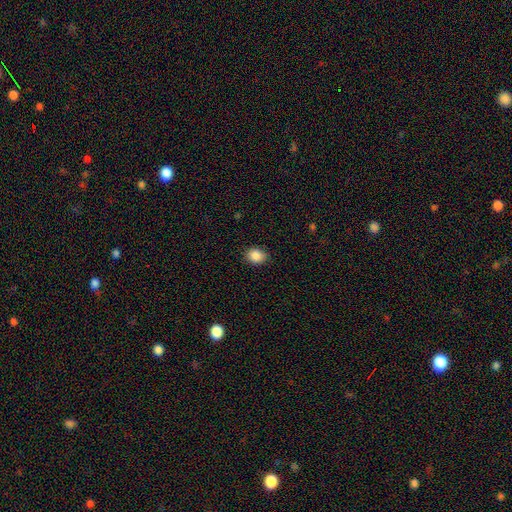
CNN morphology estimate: Smooth or featured?
  - smooth: 87% *
  - star or artifact: 9%
  - featured or disk: 4%
How rounded?
  - round: 51% *
  - in between: 49%
  - cigar-shaped: 1%
Merging?
  - none: 86% *
  - minor disturbance: 11%
  - major disturbance: 2%
  - merger: 1%